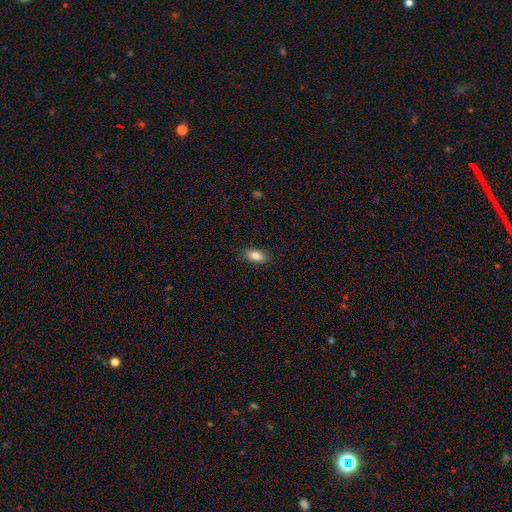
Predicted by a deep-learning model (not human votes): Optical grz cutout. It shows a smooth galaxy with no disk features (86%) that is in between round and cigar-shaped (90%). Merging: none (88%).